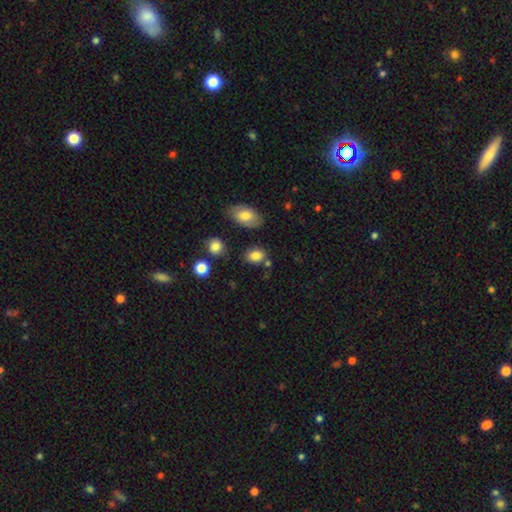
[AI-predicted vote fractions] Morphology: type=smooth (83%); roundness=in between (77%); merging=none (71%).